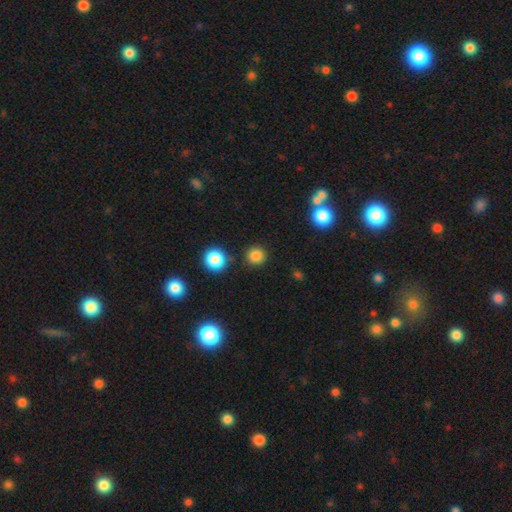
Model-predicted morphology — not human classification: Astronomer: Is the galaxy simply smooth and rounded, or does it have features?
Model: smooth — 83%.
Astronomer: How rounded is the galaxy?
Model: round — 93%.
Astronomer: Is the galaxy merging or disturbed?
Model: none — 86%.